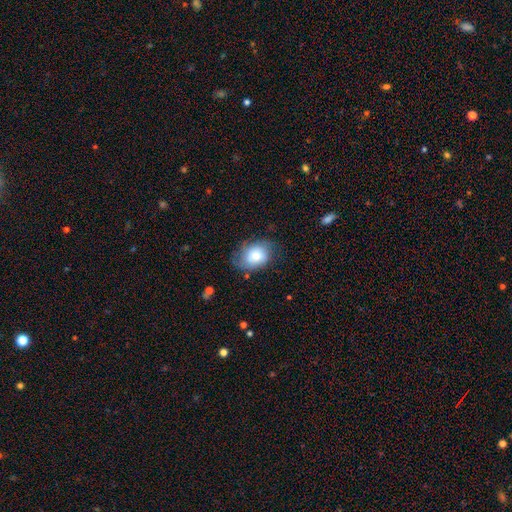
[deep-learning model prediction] Smooth or featured? smooth (61%)
How rounded? in between (61%)
Merging? none (60%)